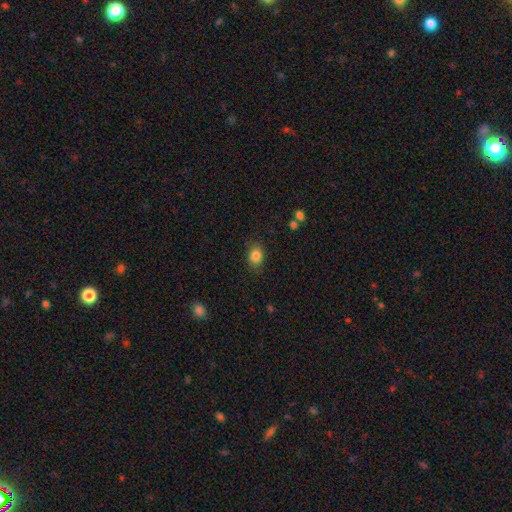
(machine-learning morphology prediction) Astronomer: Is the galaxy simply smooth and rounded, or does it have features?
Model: smooth — 84%.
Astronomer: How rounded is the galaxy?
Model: in between — 59% (runner-up: round, 40%).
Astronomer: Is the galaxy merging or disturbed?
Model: none — 82%.